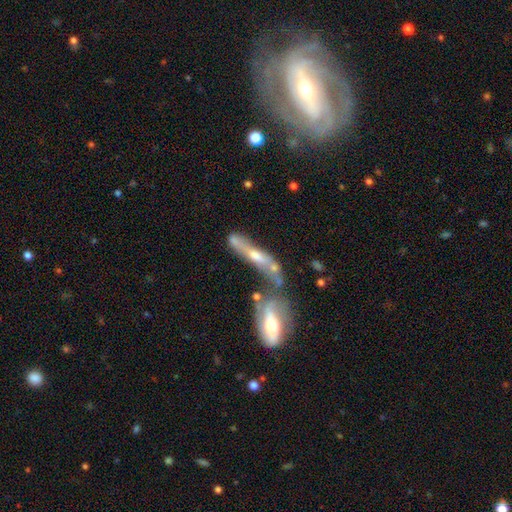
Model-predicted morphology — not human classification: This is likely a featured or disk galaxy (63%). It is possibly viewed edge-on (58%). Merging: possibly merger (51%).